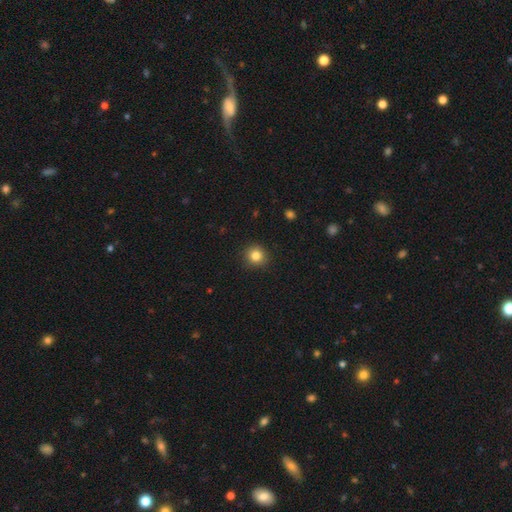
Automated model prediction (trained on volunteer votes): smooth 83%, star or artifact 11%, featured or disk 6%. Down the decision tree: how rounded — round (92%); merging — none (92%).